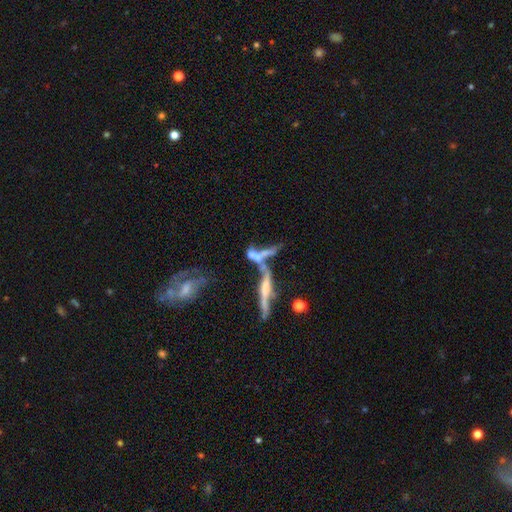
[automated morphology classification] smooth_or_featured: featured or disk (p=0.55) [alt: smooth p=0.31]
disk_edge_on: no (p=0.65) [alt: yes p=0.35]
merging: merger (p=0.63) [alt: none p=0.16]